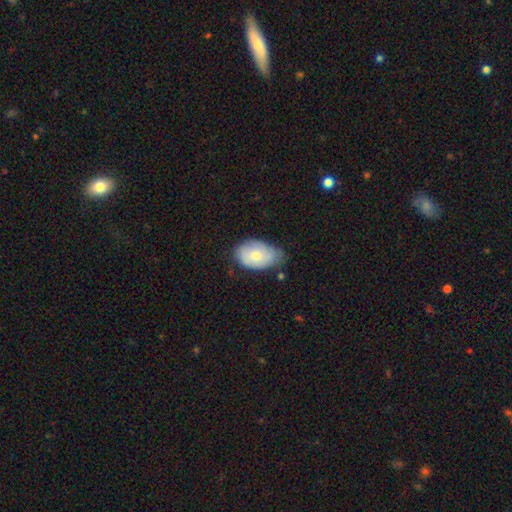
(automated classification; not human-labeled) A smooth galaxy with no disk features (69%) that is in between round and cigar-shaped (88%). Merging: none (45%).